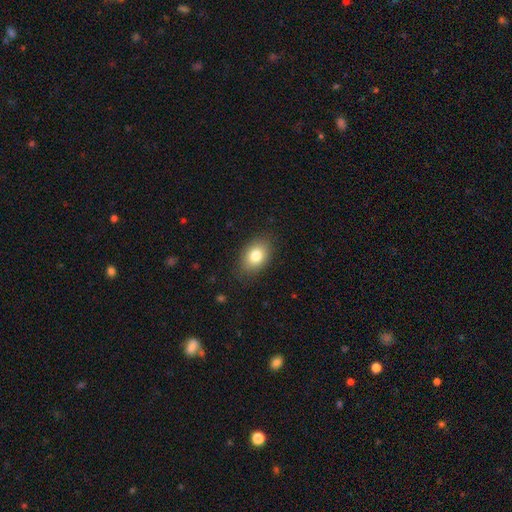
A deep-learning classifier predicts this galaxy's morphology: This is clearly a smooth galaxy (81%). How rounded: likely in between (77%). Merging: clearly none (85%).